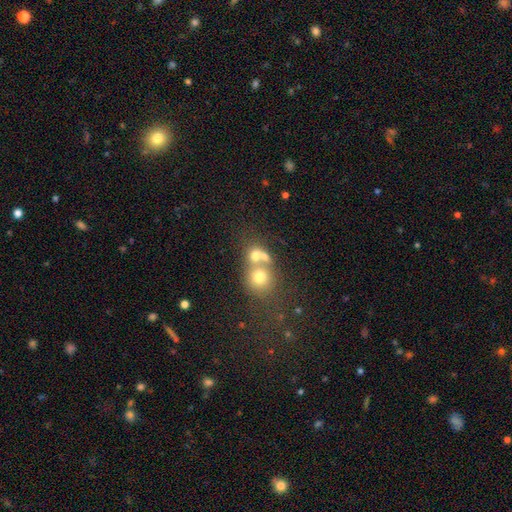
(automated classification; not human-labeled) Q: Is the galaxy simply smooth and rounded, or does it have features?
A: smooth — 67%.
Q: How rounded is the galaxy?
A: round — 74%.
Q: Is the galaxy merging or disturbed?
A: merger — 59%.